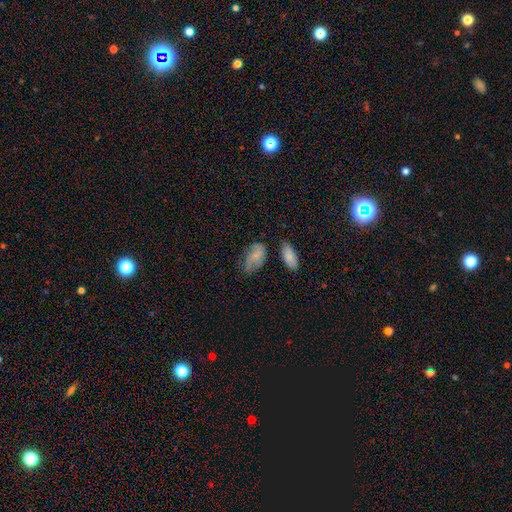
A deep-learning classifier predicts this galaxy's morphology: Smooth or featured?
  - smooth: 68% *
  - featured or disk: 24%
  - star or artifact: 8%
How rounded?
  - in between: 90% *
  - round: 7%
  - cigar-shaped: 3%
Merging?
  - none: 44% *
  - minor disturbance: 33%
  - major disturbance: 16%
  - merger: 7%